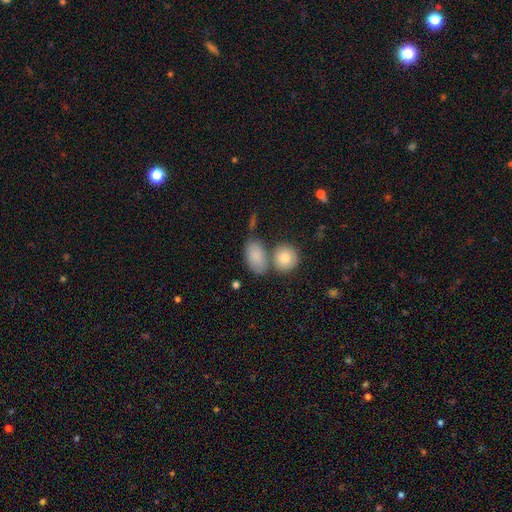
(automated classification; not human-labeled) Smooth or featured: smooth — 85% (featured or disk — 9%)
How rounded: in between — 89% (round — 9%)
Merging: none — 54% (merger — 24%)